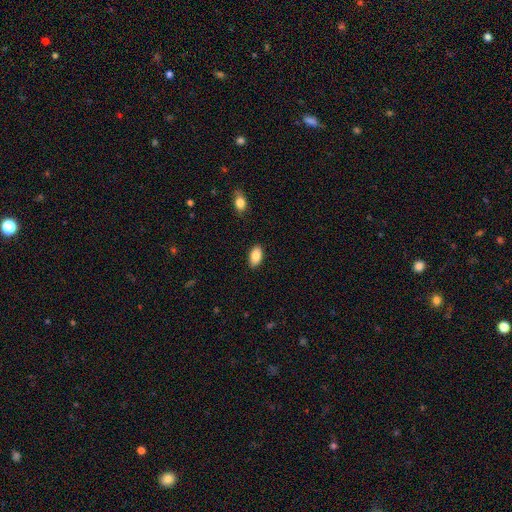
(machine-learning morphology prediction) Smooth or featured? Predicted: smooth (p=0.86). How rounded? Predicted: in between (p=0.94). Merging? Predicted: none (p=0.88).